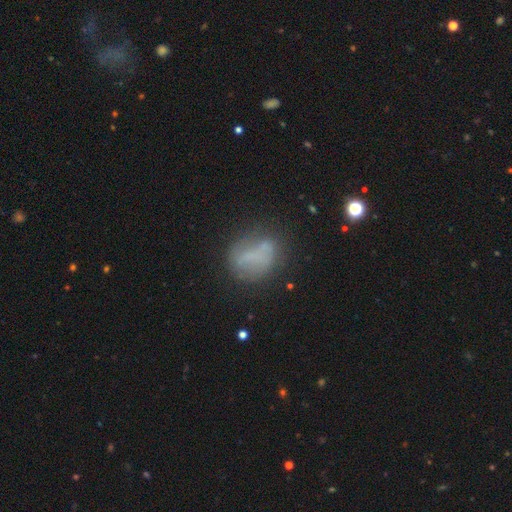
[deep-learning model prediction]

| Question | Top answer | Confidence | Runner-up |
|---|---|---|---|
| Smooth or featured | smooth | 55% | featured or disk (31%) |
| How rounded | in between | 54% | round (42%) |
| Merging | none | 58% | minor disturbance (22%) |